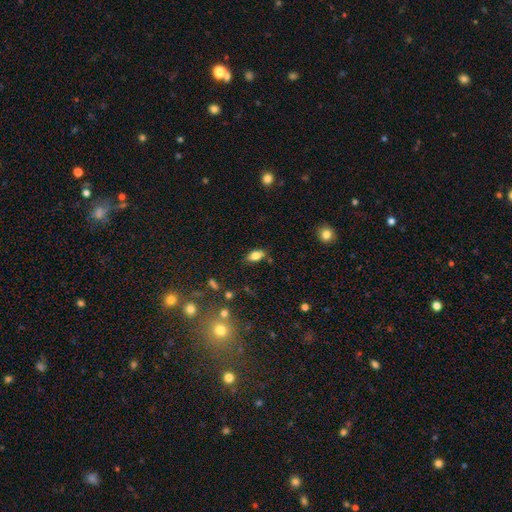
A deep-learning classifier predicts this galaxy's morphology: Smooth or featured: smooth — 80% (featured or disk — 10%)
How rounded: in between — 88% (cigar-shaped — 7%)
Merging: none — 82% (minor disturbance — 12%)